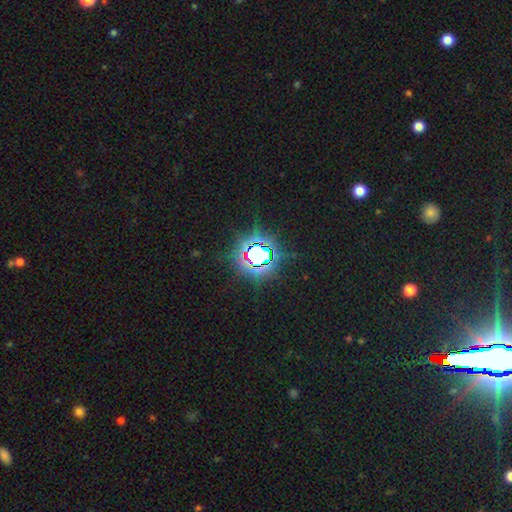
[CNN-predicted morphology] Smooth or featured? star or artifact (76%)